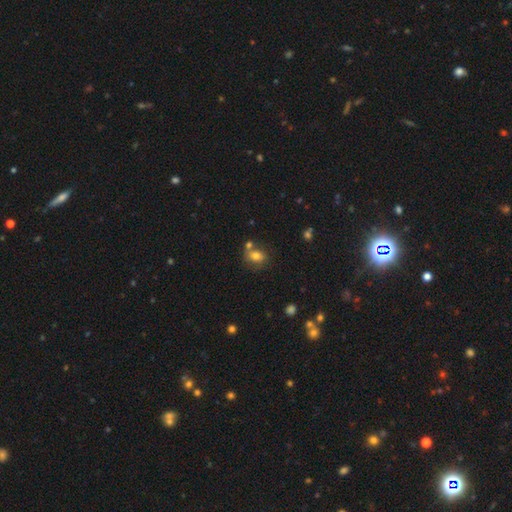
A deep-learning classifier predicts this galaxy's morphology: smooth_or_featured: smooth (p=0.74) [alt: featured or disk p=0.15]
how_rounded: in between (p=0.57) [alt: round p=0.42]
merging: none (p=0.54) [alt: merger p=0.24]